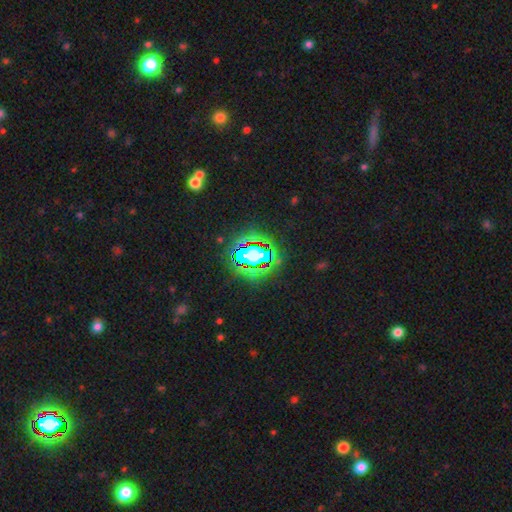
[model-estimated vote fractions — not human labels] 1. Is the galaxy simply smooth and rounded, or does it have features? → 64% star or artifact, 23% smooth, 13% featured or disk.